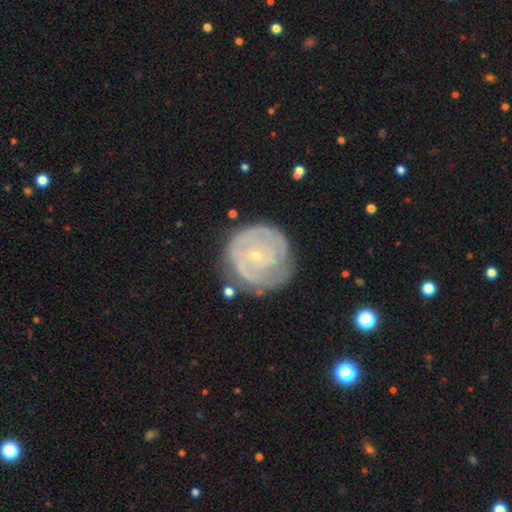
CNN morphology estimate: The model was most divided on "spiral arm count": can't tell: 41%, 2: 30%, 3: 12%, 1: 7%, 4: 5%, more than 4: 4%. More confident: edge-on disk — no (97%); spiral arms — yes (83%); bulge size — small (82%); smooth or featured — featured or disk (77%); spiral winding — tight (71%); merging — none (67%); bar — no (65%).